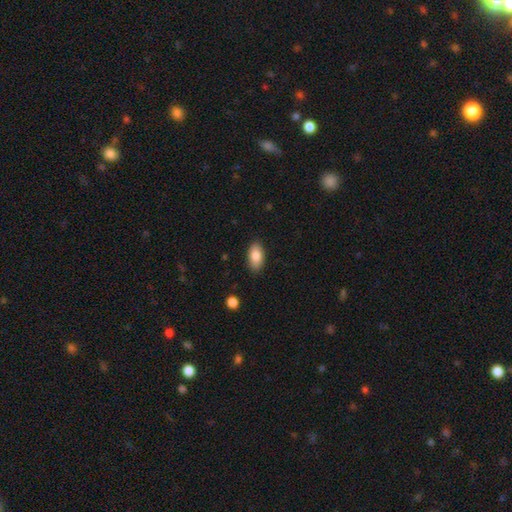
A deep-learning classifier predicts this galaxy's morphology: type=smooth (84%); roundness=in between (93%); merging=none (87%).